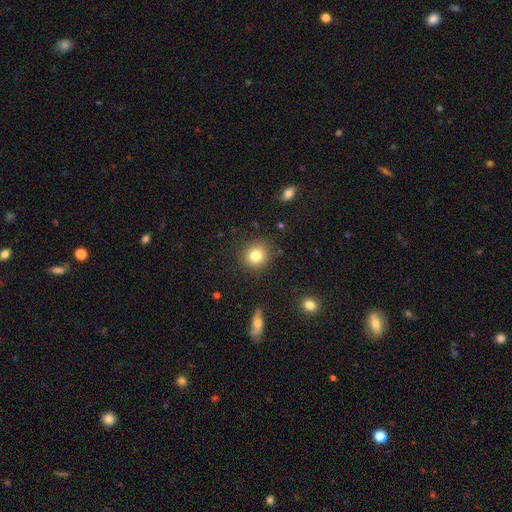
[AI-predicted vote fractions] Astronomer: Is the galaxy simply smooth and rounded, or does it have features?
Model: smooth — 82%.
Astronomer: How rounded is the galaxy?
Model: round — 80%.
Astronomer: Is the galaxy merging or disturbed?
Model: none — 86%.